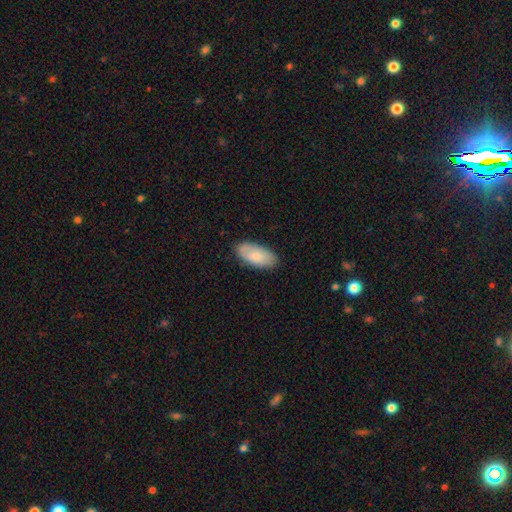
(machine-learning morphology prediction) This appears to be a smooth galaxy with no disk features (79%) that is in between round and cigar-shaped (93%). Merging: none (84%).